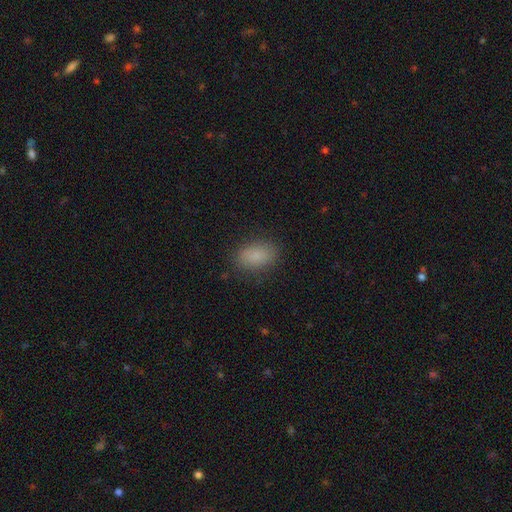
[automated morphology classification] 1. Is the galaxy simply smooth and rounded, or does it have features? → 85% smooth, 10% star or artifact, 6% featured or disk.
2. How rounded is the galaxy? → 84% in between, 14% round, 2% cigar-shaped.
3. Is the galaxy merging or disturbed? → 85% none, 11% minor disturbance, 3% major disturbance, 1% merger.